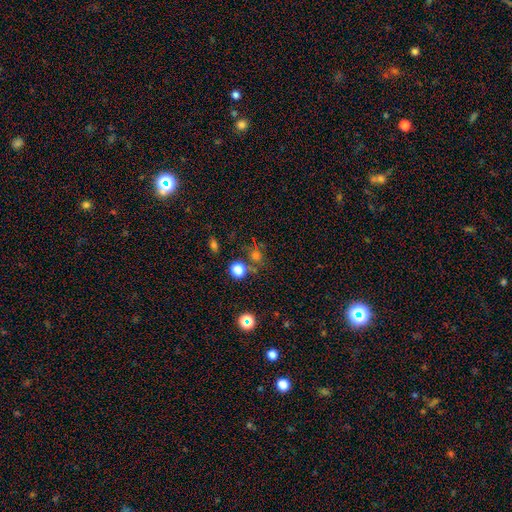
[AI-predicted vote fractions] This appears to be a star or artifact, not a galaxy (52%).